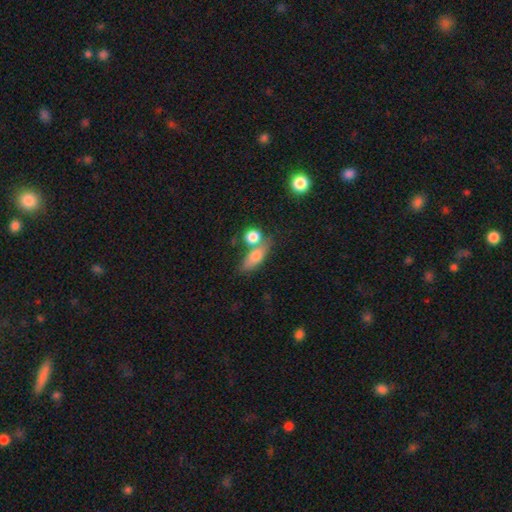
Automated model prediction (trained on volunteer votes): Overall: smooth (72%). How rounded: in between (62%). Merging: merger (41%; none 40%).